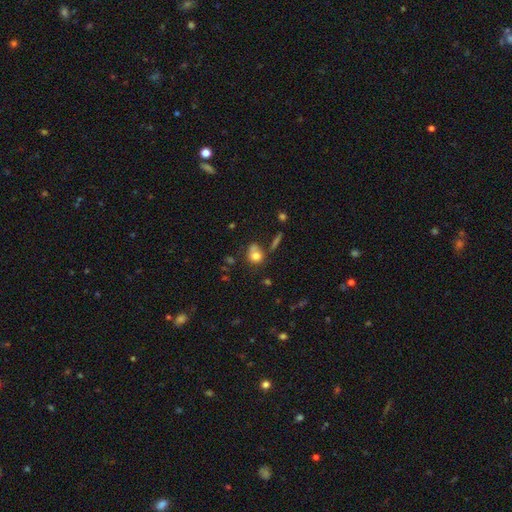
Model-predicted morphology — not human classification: Smooth or featured: smooth — 76% (featured or disk — 13%)
How rounded: round — 70% (in between — 28%)
Merging: none — 51% (merger — 22%)